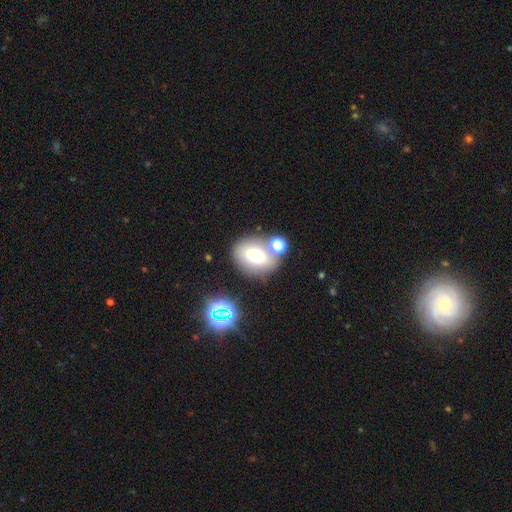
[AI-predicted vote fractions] Q: Smooth or featured?
A: smooth (70%); runner-up: featured or disk (15%)
Q: How rounded?
A: in between (68%); runner-up: round (30%)
Q: Merging?
A: none (65%); runner-up: merger (16%)